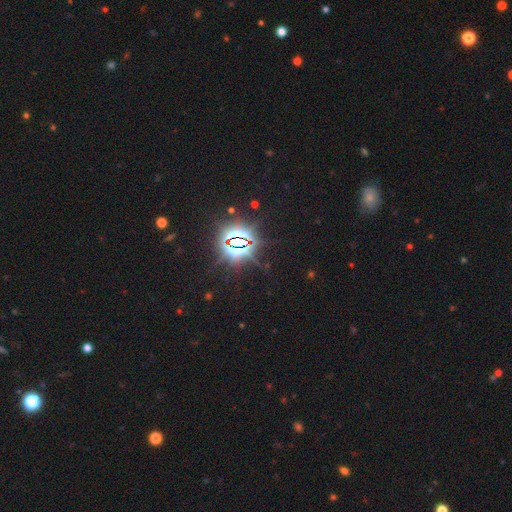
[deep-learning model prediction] Morphology: type=star or artifact (85%).